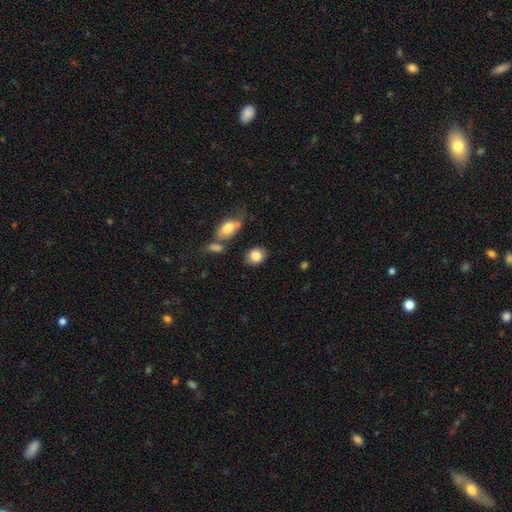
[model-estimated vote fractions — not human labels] Smooth or featured? smooth (83%)
How rounded? in between (50%)
Merging? none (79%)